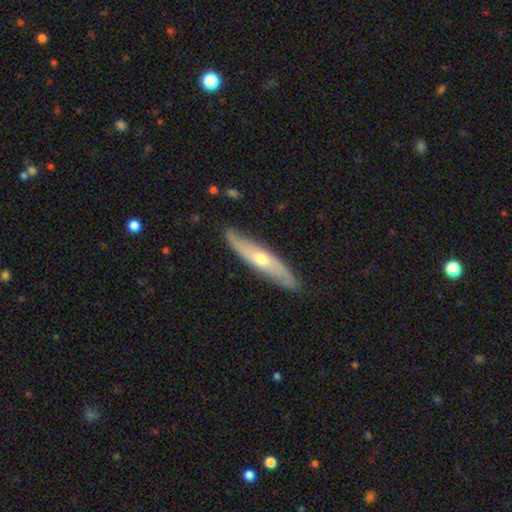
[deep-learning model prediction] Smooth or featured: featured or disk — 62% (smooth — 31%)
Edge-on disk: yes — 70% (no — 30%)
Merging: none — 87% (minor disturbance — 10%)